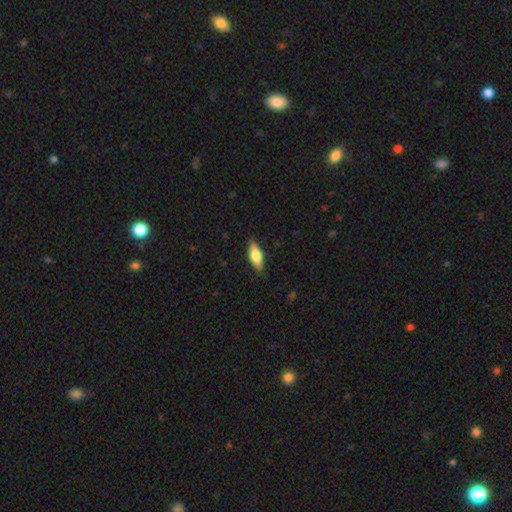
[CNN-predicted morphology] smooth-or-featured: smooth: 57% | featured or disk: 37% | star or artifact: 6%
  how-rounded: in between: 66% | cigar-shaped: 31% | round: 3%
  merging: none: 87% | minor disturbance: 10% | major disturbance: 2% | merger: 1%